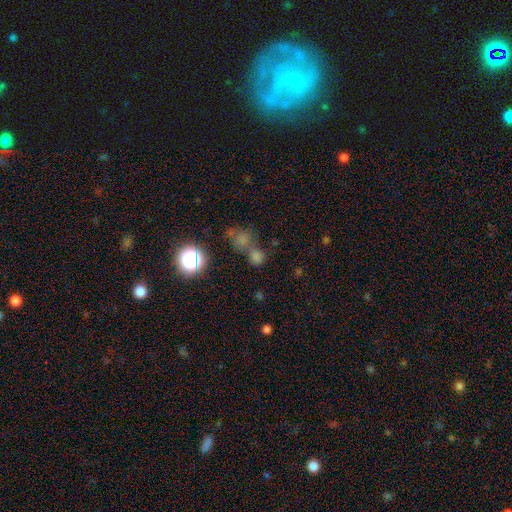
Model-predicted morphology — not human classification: smooth 60%, star or artifact 32%, featured or disk 9%. Down the decision tree: how rounded — round (78%); merging — none (50%).